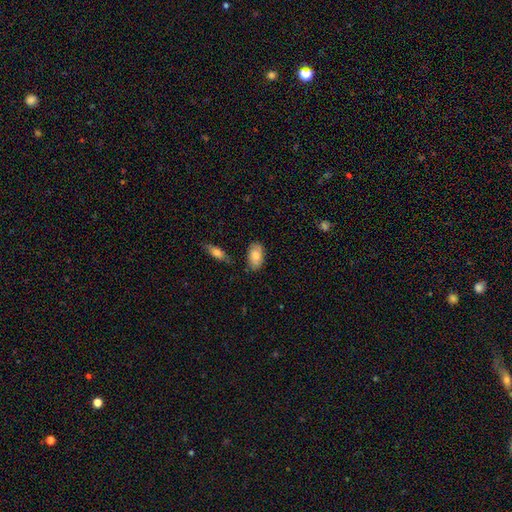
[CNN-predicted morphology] Smooth or featured? Predicted: smooth (p=0.78). How rounded? Predicted: in between (p=0.93). Merging? Predicted: none (p=0.79).